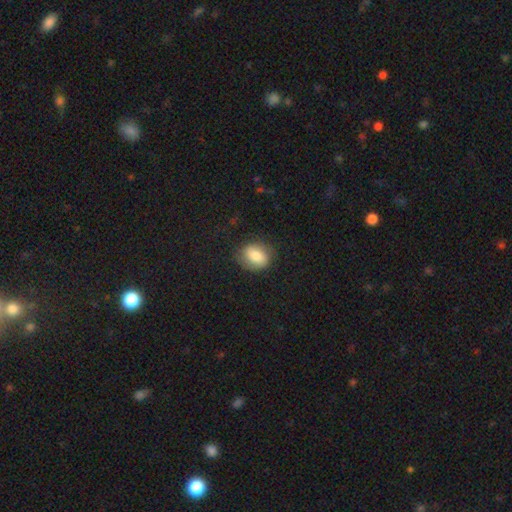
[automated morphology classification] Q: Smooth or featured?
A: smooth (75%); runner-up: featured or disk (18%)
Q: How rounded?
A: in between (55%); runner-up: round (43%)
Q: Merging?
A: none (74%); runner-up: minor disturbance (18%)